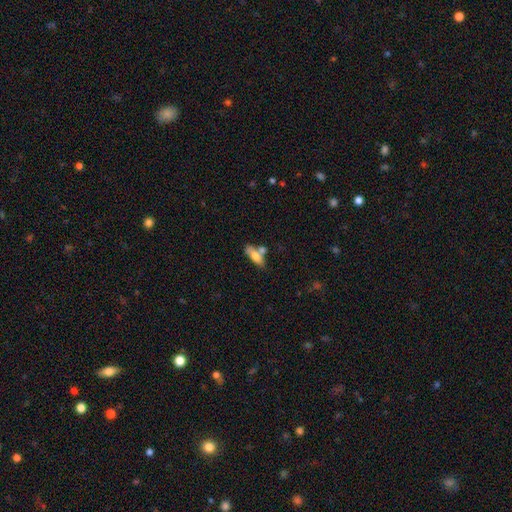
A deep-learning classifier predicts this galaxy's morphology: Smooth or featured: smooth — 68% (featured or disk — 25%)
How rounded: in between — 63% (cigar-shaped — 34%)
Merging: none — 48% (merger — 29%)